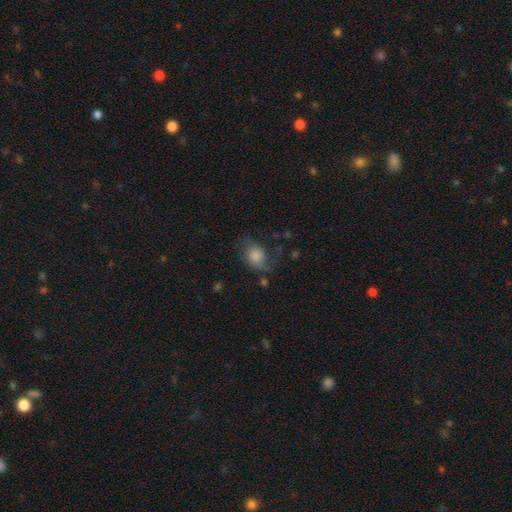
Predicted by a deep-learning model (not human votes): Morphology: type=smooth (54%); roundness=in between (54%); merging=none (51%).